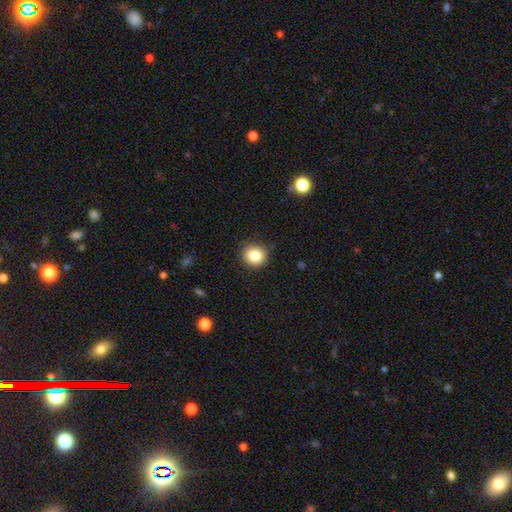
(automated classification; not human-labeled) Smooth or featured? Predicted: smooth (p=0.85). How rounded? Predicted: round (p=0.86). Merging? Predicted: none (p=0.88).